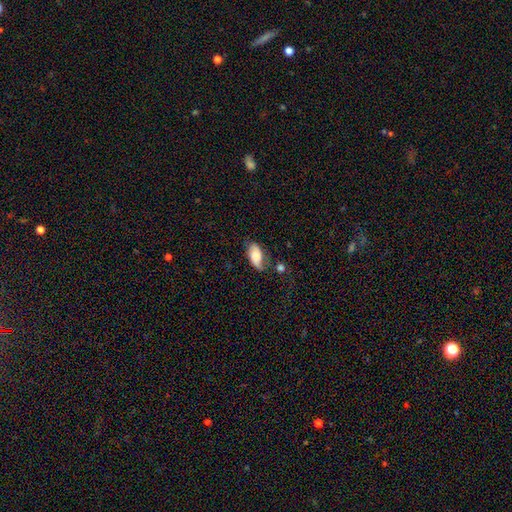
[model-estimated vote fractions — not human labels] smooth 63%, featured or disk 29%, star or artifact 8%. Down the decision tree: how rounded — in between (93%); merging — none (45%).